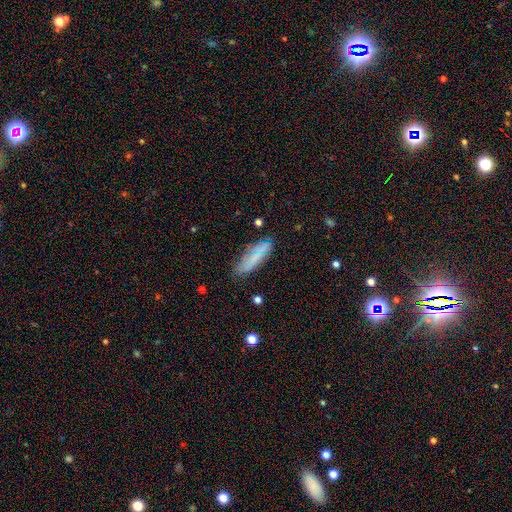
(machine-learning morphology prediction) Smooth or featured?
  - smooth: 65% *
  - featured or disk: 26%
  - star or artifact: 9%
How rounded?
  - cigar-shaped: 59% *
  - in between: 39%
  - round: 2%
Merging?
  - none: 69% *
  - minor disturbance: 21%
  - major disturbance: 6%
  - merger: 4%